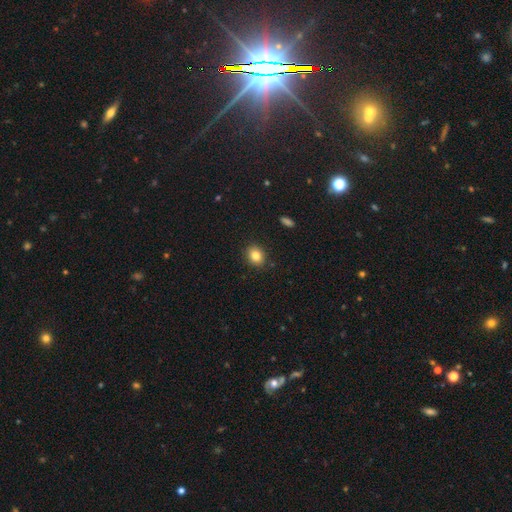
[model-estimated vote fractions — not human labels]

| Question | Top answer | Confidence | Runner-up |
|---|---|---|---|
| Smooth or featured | smooth | 82% | star or artifact (11%) |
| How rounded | round | 62% | in between (37%) |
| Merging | none | 90% | minor disturbance (7%) |